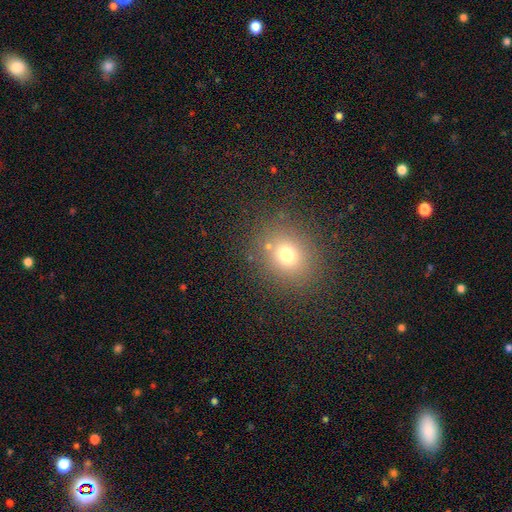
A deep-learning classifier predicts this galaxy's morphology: This appears to be a smooth galaxy with no disk features (65%) that is round (75%). Merging: none (88%).